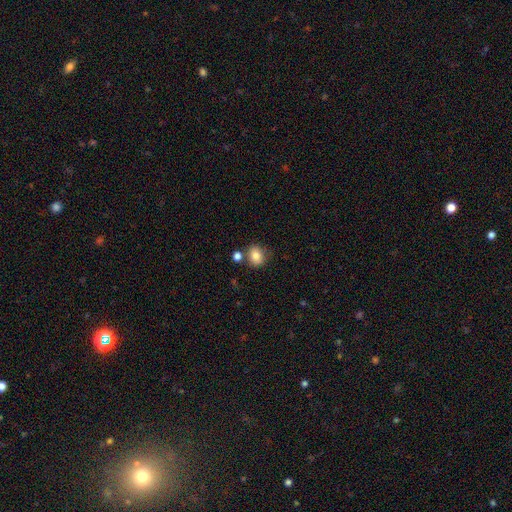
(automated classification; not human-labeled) Smooth or featured: smooth — 83% (star or artifact — 10%)
How rounded: round — 57% (in between — 42%)
Merging: none — 69% (merger — 14%)